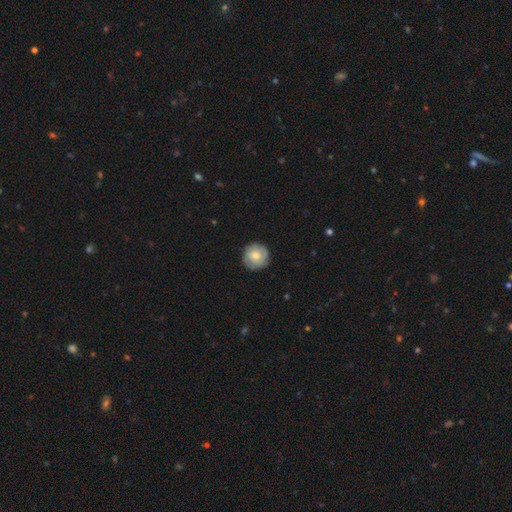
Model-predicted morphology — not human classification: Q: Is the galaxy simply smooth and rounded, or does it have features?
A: smooth — 55%.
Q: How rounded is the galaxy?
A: round — 95%.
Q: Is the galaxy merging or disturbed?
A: none — 86%.